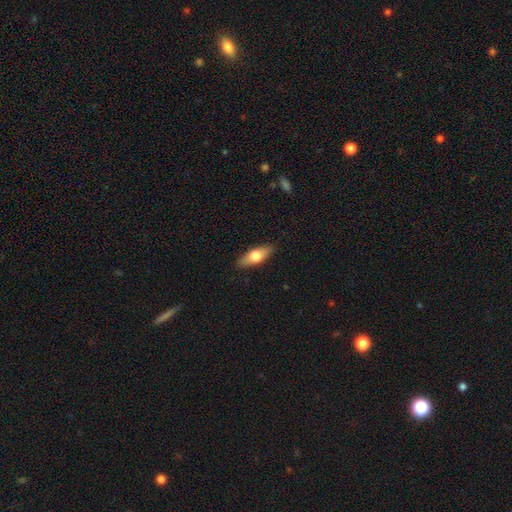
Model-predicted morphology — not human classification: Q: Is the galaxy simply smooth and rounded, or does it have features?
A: smooth — 62%.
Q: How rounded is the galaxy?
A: in between — 65%.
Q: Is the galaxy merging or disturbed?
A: none — 88%.